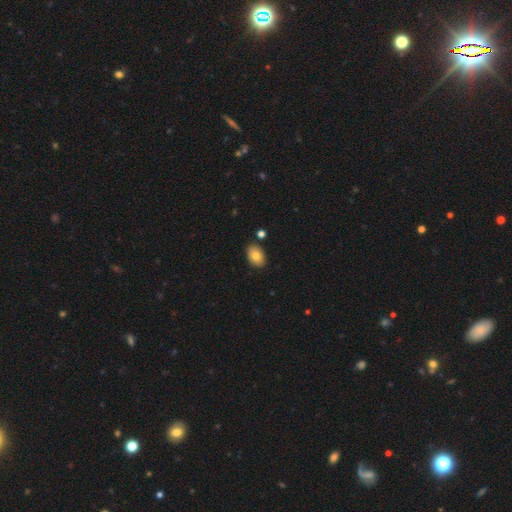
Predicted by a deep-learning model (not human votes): A smooth galaxy with no disk features (80%) that is in between round and cigar-shaped (85%).

Vote fractions:
- Smooth or featured? smooth: 80% / featured or disk: 12% / star or artifact: 8%
- How rounded? in between: 85% / round: 14% / cigar-shaped: 1%
- Merging? none: 86% / minor disturbance: 9% / merger: 3% / major disturbance: 2%